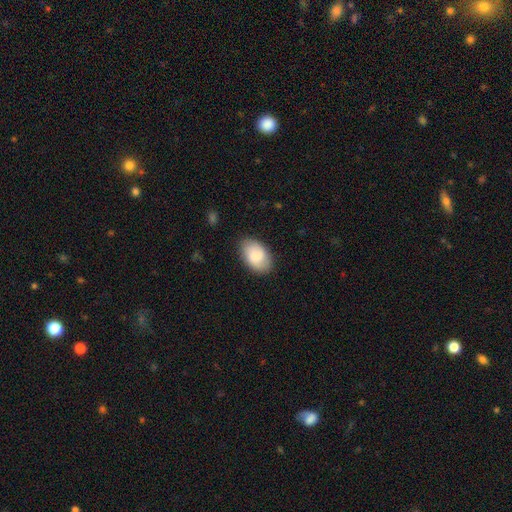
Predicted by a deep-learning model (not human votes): Q: Smooth or featured?
A: smooth (71%); runner-up: featured or disk (23%)
Q: How rounded?
A: in between (90%); runner-up: round (8%)
Q: Merging?
A: none (83%); runner-up: minor disturbance (13%)